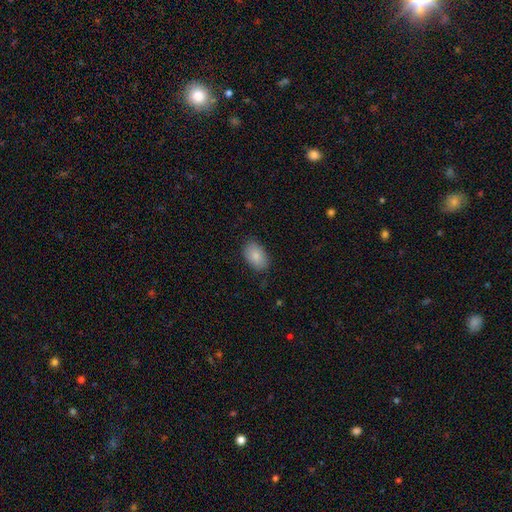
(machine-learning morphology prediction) Smooth or featured? Predicted: smooth (p=0.86). How rounded? Predicted: in between (p=0.90). Merging? Predicted: none (p=0.82).